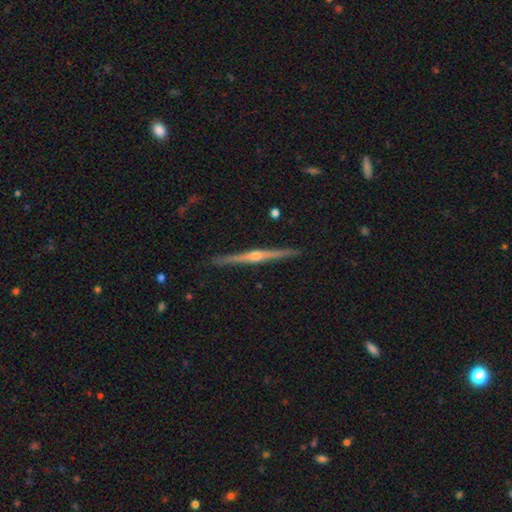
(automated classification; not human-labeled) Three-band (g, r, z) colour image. It shows a featured or disk galaxy (84%) viewed edge-on (99%) with a rounded central bulge (90%). Merging: none (92%).